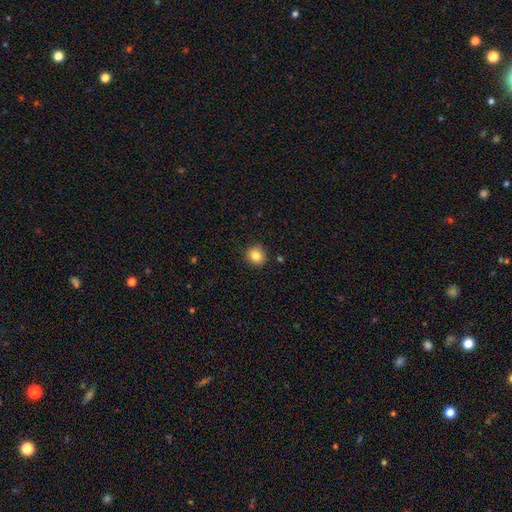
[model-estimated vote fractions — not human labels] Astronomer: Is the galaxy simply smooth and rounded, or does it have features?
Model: smooth — 83%.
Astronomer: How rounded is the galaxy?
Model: round — 85%.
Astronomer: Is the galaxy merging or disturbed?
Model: none — 88%.